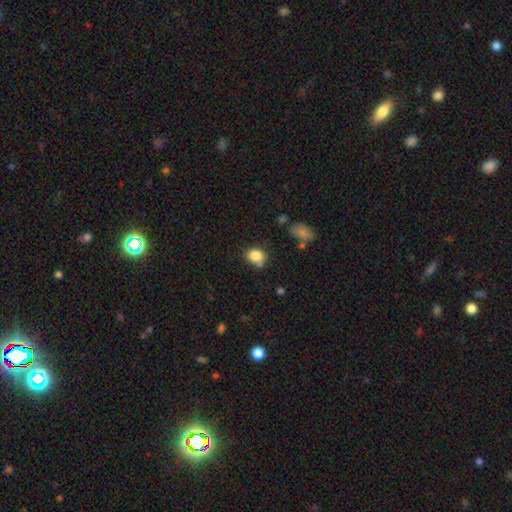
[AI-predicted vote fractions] A smooth galaxy with no disk features (83%) that is round (52%).

Vote fractions:
- Smooth or featured? smooth: 83% / star or artifact: 10% / featured or disk: 6%
- How rounded? round: 52% / in between: 47% / cigar-shaped: 1%
- Merging? none: 57% / minor disturbance: 26% / merger: 10% / major disturbance: 7%